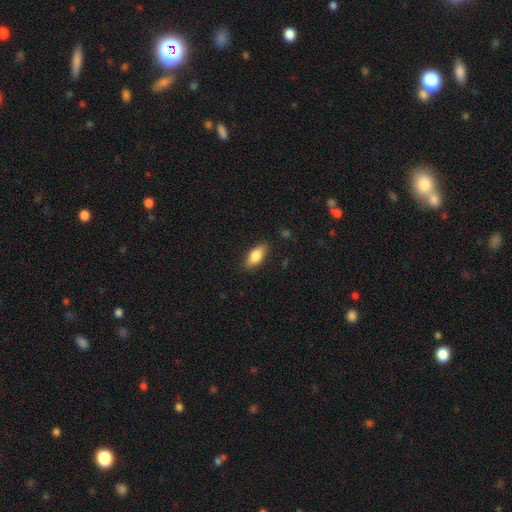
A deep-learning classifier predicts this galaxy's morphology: smooth-or-featured: smooth: 82% | featured or disk: 12% | star or artifact: 7%
  how-rounded: in between: 85% | cigar-shaped: 11% | round: 3%
  merging: none: 85% | minor disturbance: 11% | major disturbance: 2% | merger: 1%